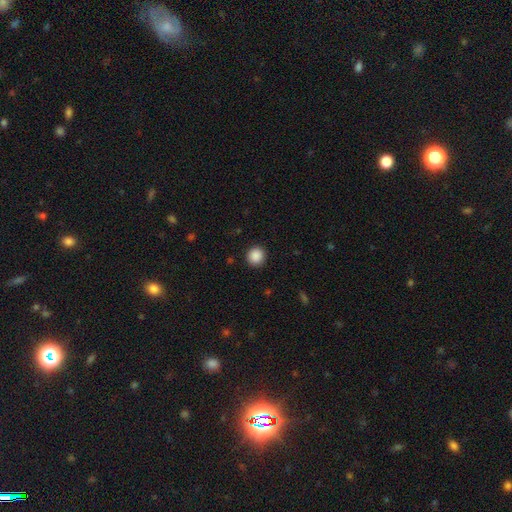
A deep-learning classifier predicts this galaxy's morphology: Overall: smooth (89%). How rounded: round (93%). Merging: none (92%).